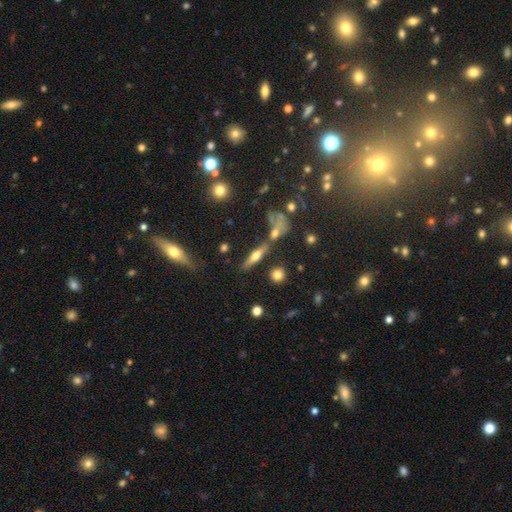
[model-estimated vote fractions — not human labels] smooth-or-featured: featured or disk: 48% | smooth: 41% | star or artifact: 10%
  merging: none: 69% | merger: 14% | minor disturbance: 13% | major disturbance: 5%